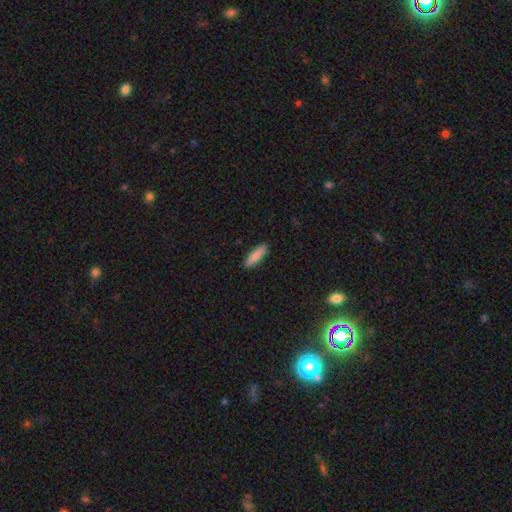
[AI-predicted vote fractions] The model was most divided on "how rounded": cigar-shaped: 65%, in between: 34%, round: 1%. More confident: merging — none (89%); smooth or featured — smooth (86%).